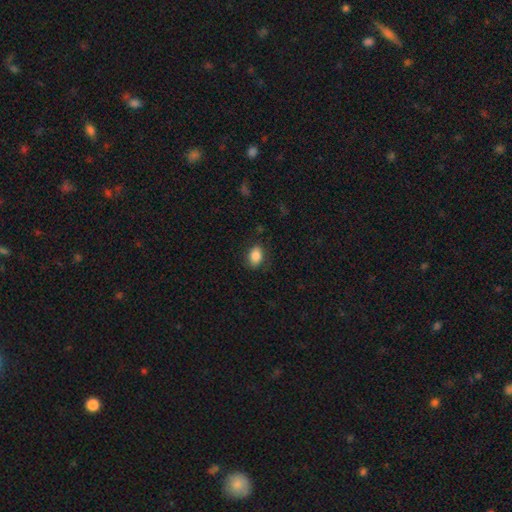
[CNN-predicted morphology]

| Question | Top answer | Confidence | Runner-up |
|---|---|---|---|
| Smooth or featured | smooth | 86% | star or artifact (8%) |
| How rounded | in between | 80% | round (19%) |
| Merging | none | 83% | minor disturbance (12%) |